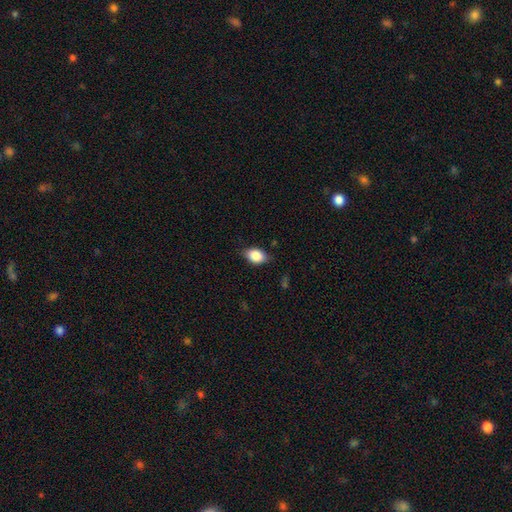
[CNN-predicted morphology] This is clearly a smooth galaxy (85%). How rounded: clearly in between (86%). Merging: likely none (78%).